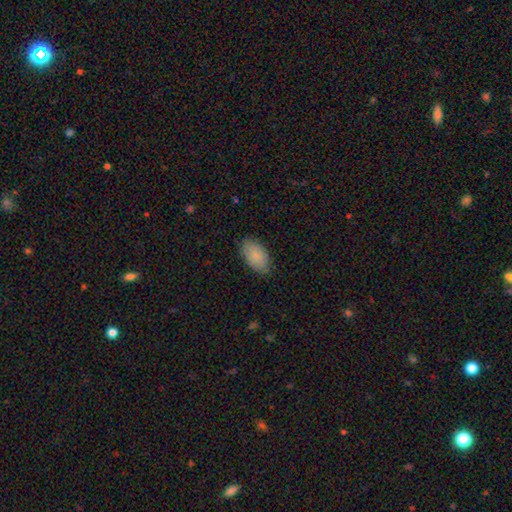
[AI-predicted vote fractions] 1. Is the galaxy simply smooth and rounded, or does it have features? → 87% smooth, 7% featured or disk, 6% star or artifact.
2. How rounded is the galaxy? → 95% in between, 3% round, 2% cigar-shaped.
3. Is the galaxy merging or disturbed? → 85% none, 12% minor disturbance, 2% major disturbance, 1% merger.